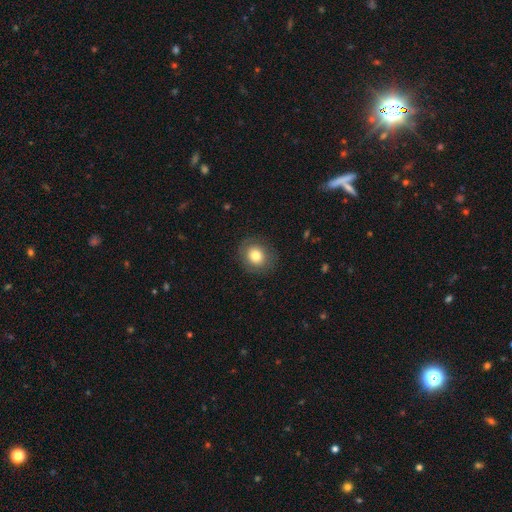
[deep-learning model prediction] Q: Smooth or featured?
A: smooth (77%); runner-up: featured or disk (14%)
Q: How rounded?
A: round (75%); runner-up: in between (24%)
Q: Merging?
A: none (86%); runner-up: minor disturbance (10%)